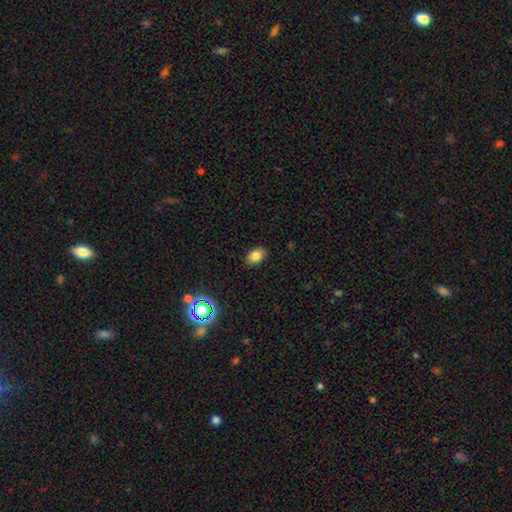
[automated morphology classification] This is clearly a smooth galaxy (82%). How rounded: clearly in between (83%). Merging: clearly none (88%).